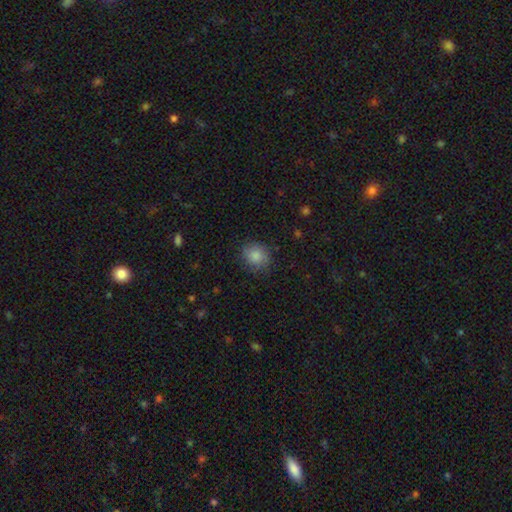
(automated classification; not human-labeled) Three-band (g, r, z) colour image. It shows a smooth galaxy with no disk features (85%) that is round (75%). Merging: none (81%).